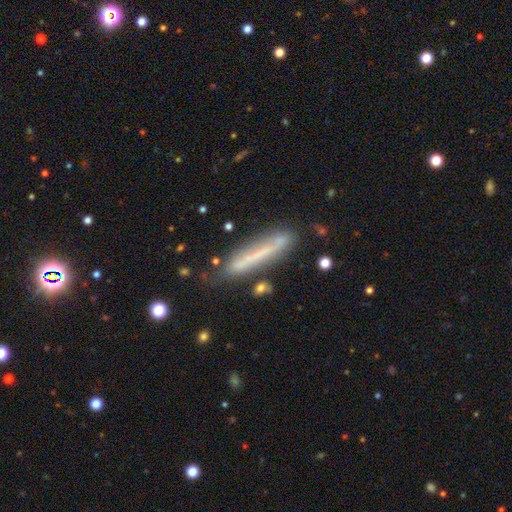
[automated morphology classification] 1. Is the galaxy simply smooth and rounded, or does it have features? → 48% smooth, 43% featured or disk, 8% star or artifact.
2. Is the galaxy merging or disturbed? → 70% none, 19% minor disturbance, 6% merger, 5% major disturbance.